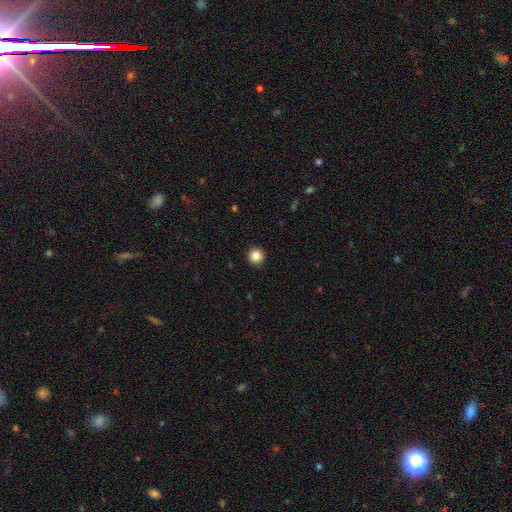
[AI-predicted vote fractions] smooth-or-featured: smooth: 85% | star or artifact: 11% | featured or disk: 4%
  how-rounded: round: 95% | in between: 4% | cigar-shaped: 1%
  merging: none: 92% | minor disturbance: 5% | major disturbance: 2% | merger: 1%